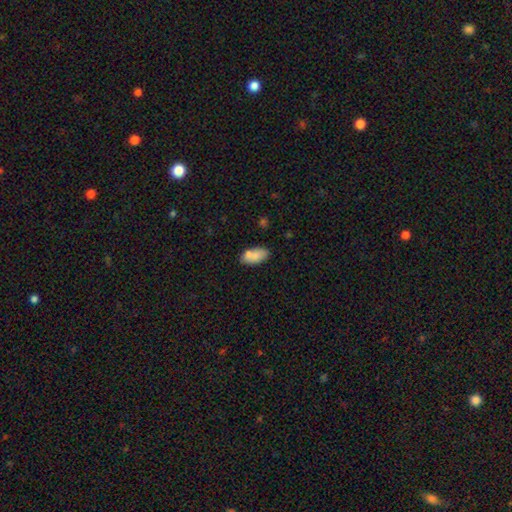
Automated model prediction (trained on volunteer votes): This is likely a smooth galaxy (79%). How rounded: clearly in between (92%). Merging: likely none (65%).